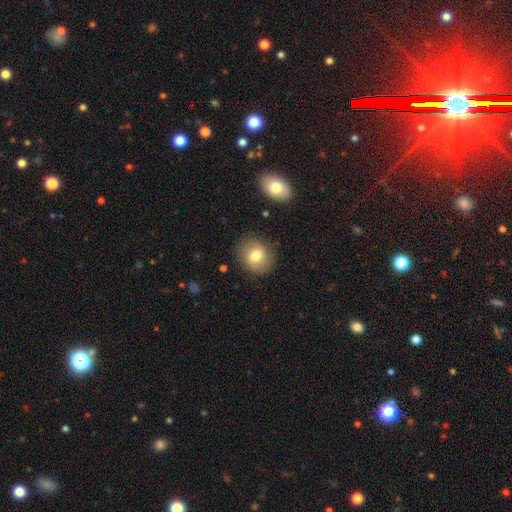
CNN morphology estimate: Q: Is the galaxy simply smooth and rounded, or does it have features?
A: smooth — 75%.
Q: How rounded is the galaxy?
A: round — 65%.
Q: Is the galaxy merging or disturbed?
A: none — 85%.